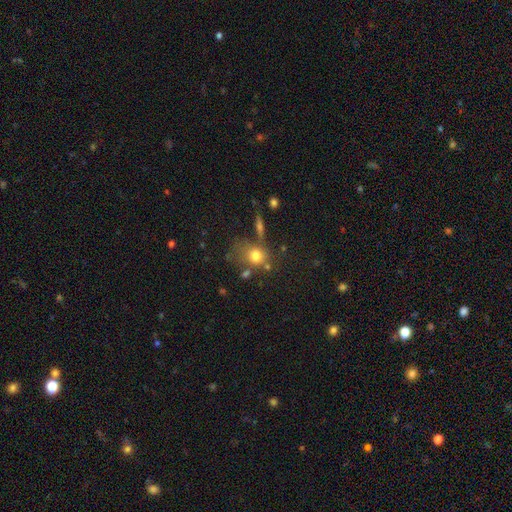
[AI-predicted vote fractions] This appears to be a smooth galaxy with no disk features (75%) that is round (62%). Merging: none (53%).